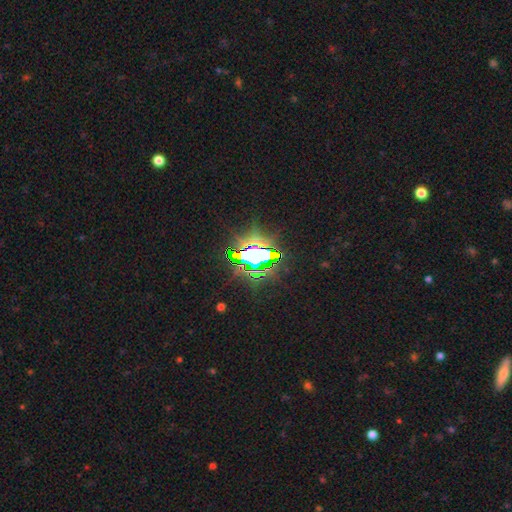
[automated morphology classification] A star or artifact, not a galaxy (76%).